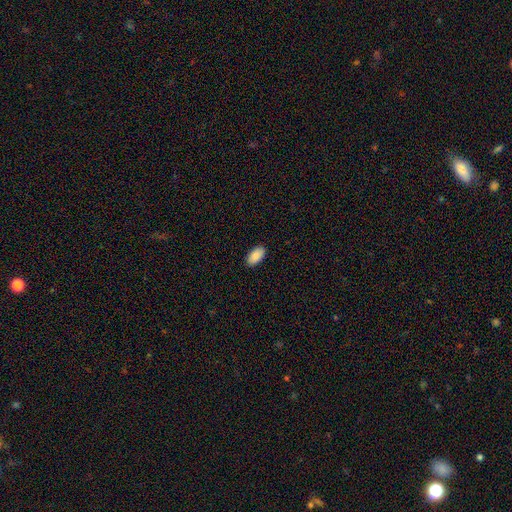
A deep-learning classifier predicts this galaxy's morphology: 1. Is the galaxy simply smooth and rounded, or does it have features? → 90% smooth, 6% star or artifact, 4% featured or disk.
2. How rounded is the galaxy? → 95% in between, 3% round, 2% cigar-shaped.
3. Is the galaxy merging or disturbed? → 90% none, 8% minor disturbance, 2% major disturbance, 1% merger.